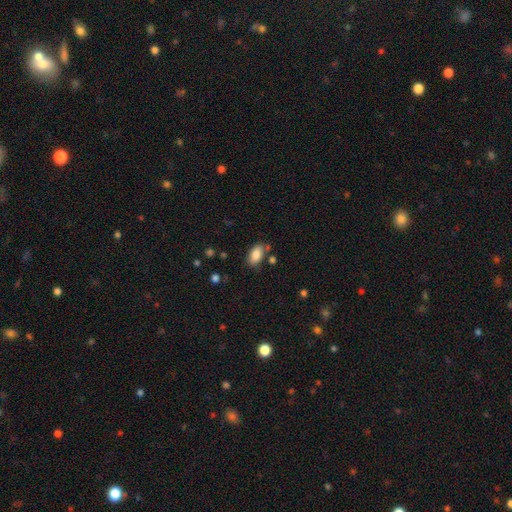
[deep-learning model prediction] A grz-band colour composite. It shows a smooth galaxy with no disk features (86%) that is in between round and cigar-shaped (92%). Merging: none (74%).